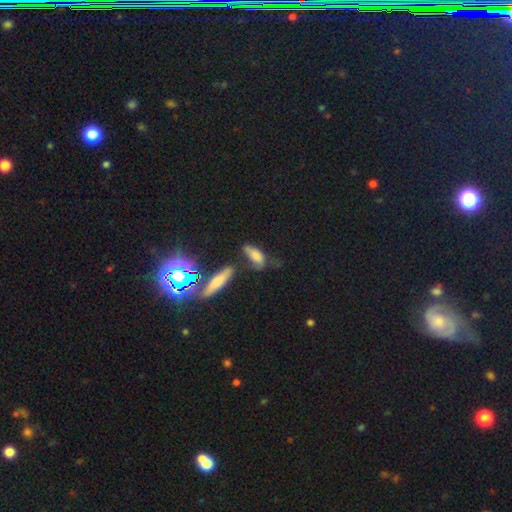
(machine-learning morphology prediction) smooth 67%, featured or disk 18%, star or artifact 15%. Down the decision tree: how rounded — in between (73%); merging — none (42%).